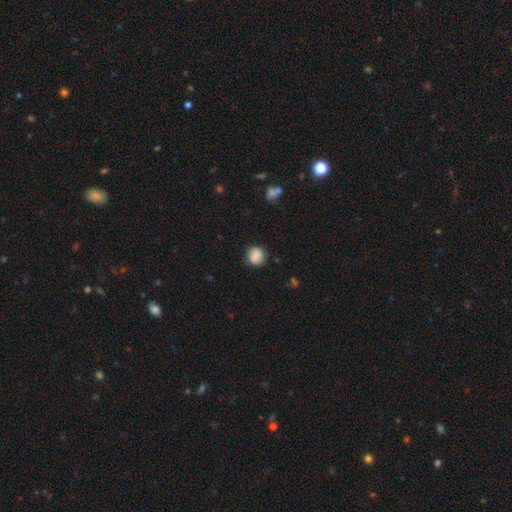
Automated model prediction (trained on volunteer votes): Smooth or featured?
  - smooth: 84% *
  - star or artifact: 8%
  - featured or disk: 7%
How rounded?
  - round: 87% *
  - in between: 12%
  - cigar-shaped: 1%
Merging?
  - none: 82% *
  - minor disturbance: 13%
  - major disturbance: 3%
  - merger: 1%